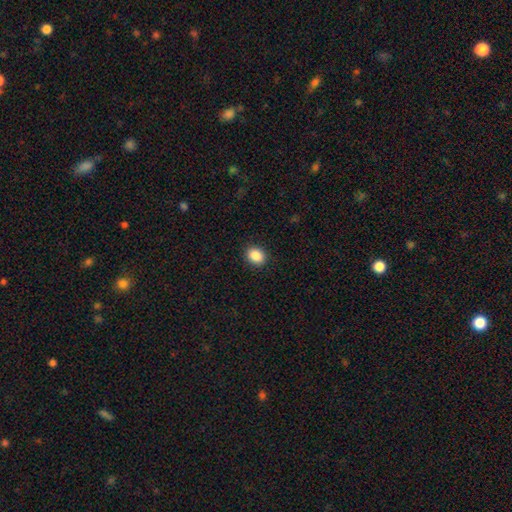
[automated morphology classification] A smooth galaxy with no disk features (88%) that is in between round and cigar-shaped (54%).

Vote fractions:
- Smooth or featured? smooth: 88% / star or artifact: 9% / featured or disk: 3%
- How rounded? in between: 54% / round: 45% / cigar-shaped: 1%
- Merging? none: 90% / minor disturbance: 6% / major disturbance: 2% / merger: 1%